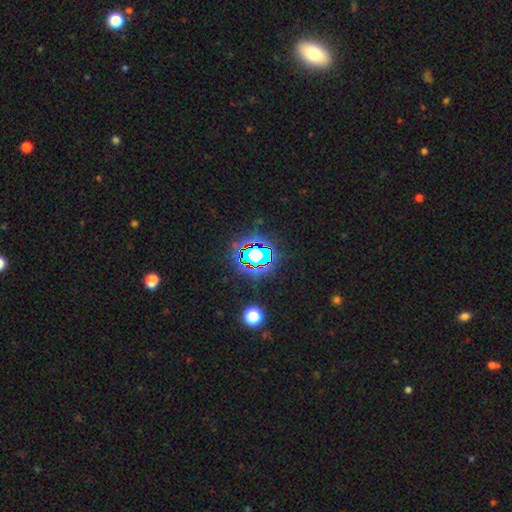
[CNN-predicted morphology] Smooth or featured? star or artifact (71%)